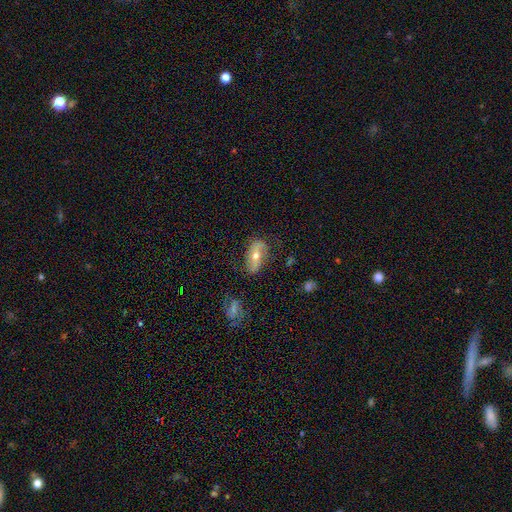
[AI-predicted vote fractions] Morphology: type=featured or disk (58%); edge-on=no (84%); merging=none (71%).